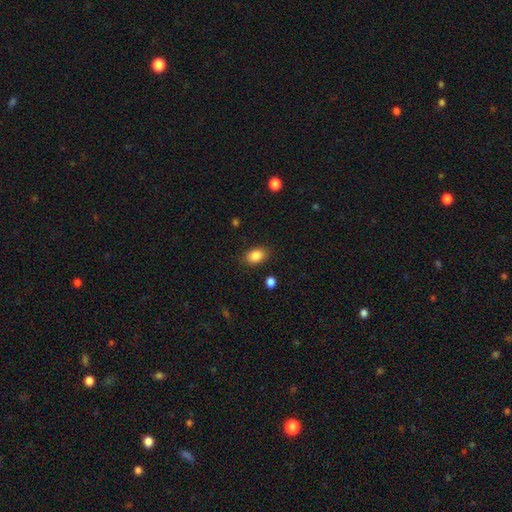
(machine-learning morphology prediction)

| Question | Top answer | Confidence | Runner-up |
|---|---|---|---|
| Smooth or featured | smooth | 86% | star or artifact (8%) |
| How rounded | in between | 82% | round (16%) |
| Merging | none | 86% | minor disturbance (10%) |